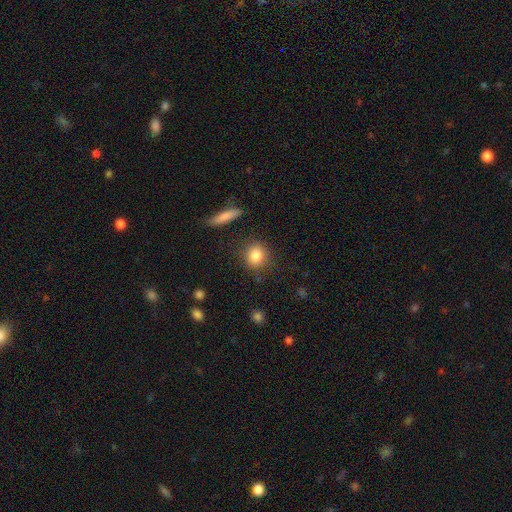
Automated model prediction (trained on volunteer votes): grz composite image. It shows a smooth galaxy with no disk features (84%) that is round (80%). Merging: none (84%).